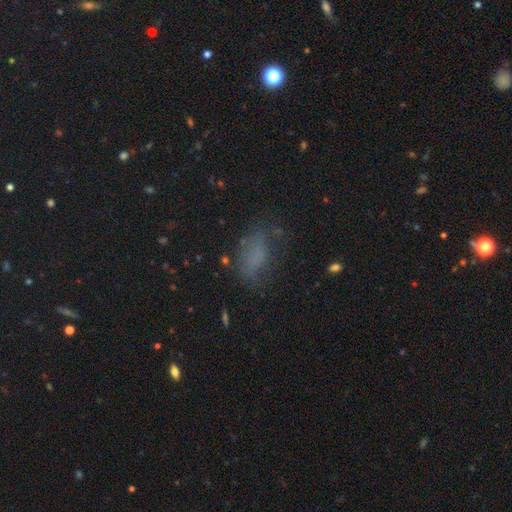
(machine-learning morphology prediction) smooth_or_featured: smooth (p=0.67) [alt: star or artifact p=0.18]
how_rounded: in between (p=0.86) [alt: cigar-shaped p=0.07]
merging: none (p=0.55) [alt: minor disturbance p=0.24]